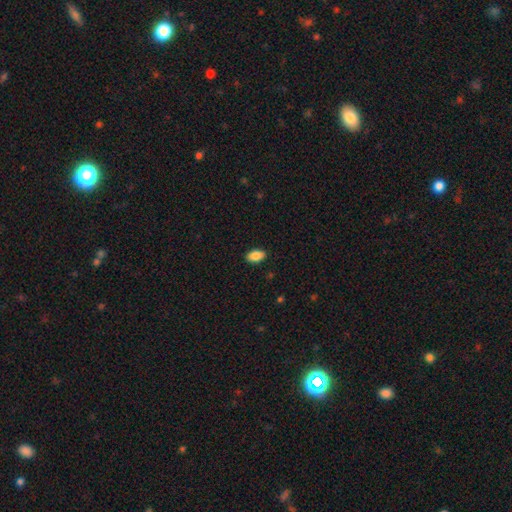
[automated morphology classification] smooth-or-featured: smooth: 88% | star or artifact: 8% | featured or disk: 4%
  how-rounded: in between: 92% | round: 5% | cigar-shaped: 2%
  merging: none: 89% | minor disturbance: 8% | major disturbance: 2% | merger: 1%